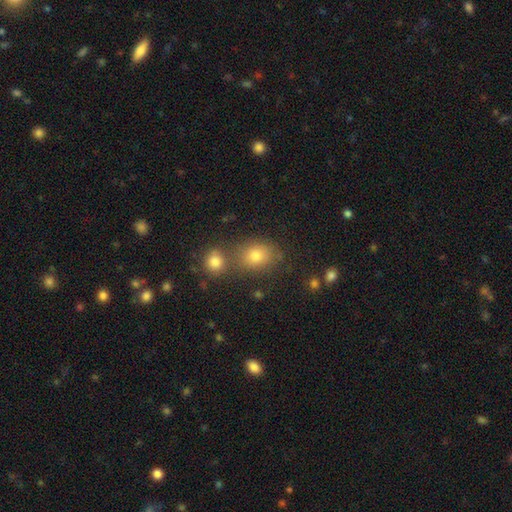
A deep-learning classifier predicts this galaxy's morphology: type=smooth (76%); roundness=in between (52%); merging=none (63%).